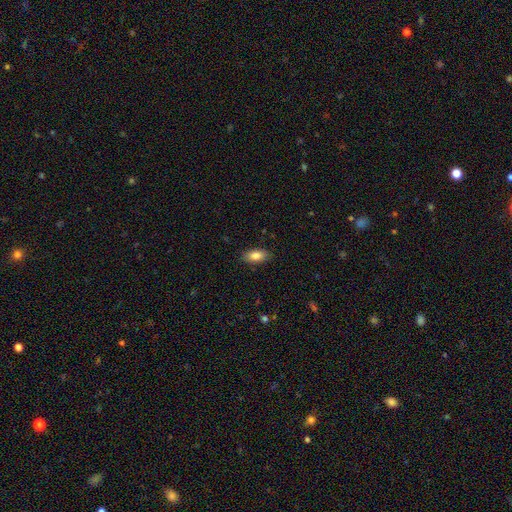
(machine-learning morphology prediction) Q: Smooth or featured?
A: smooth (85%); runner-up: featured or disk (8%)
Q: How rounded?
A: in between (89%); runner-up: cigar-shaped (8%)
Q: Merging?
A: none (87%); runner-up: minor disturbance (10%)